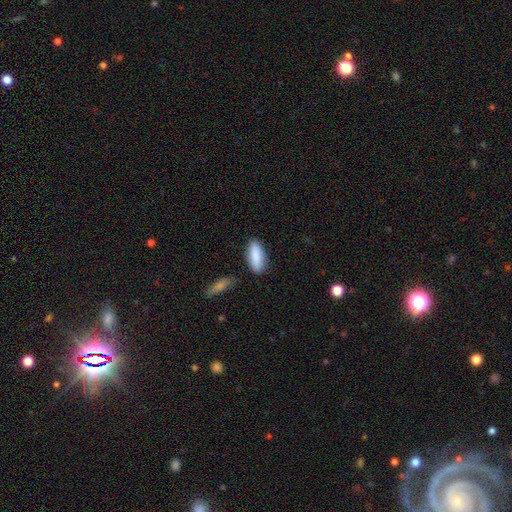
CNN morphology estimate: Q: Smooth or featured?
A: smooth (87%); runner-up: featured or disk (7%)
Q: How rounded?
A: in between (71%); runner-up: cigar-shaped (27%)
Q: Merging?
A: none (80%); runner-up: minor disturbance (13%)